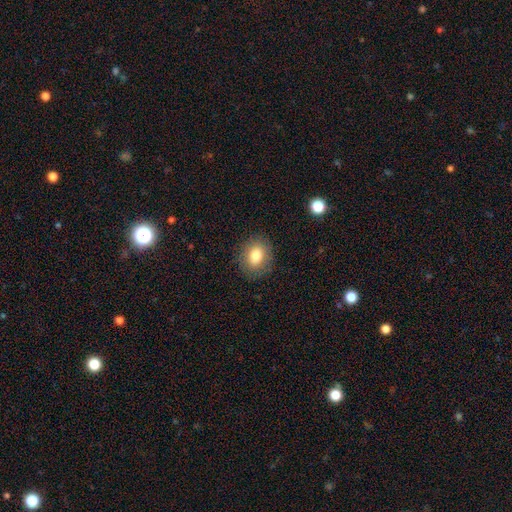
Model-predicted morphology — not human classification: Smooth or featured: smooth — 81% (featured or disk — 10%)
How rounded: round — 51% (in between — 48%)
Merging: none — 87% (minor disturbance — 9%)